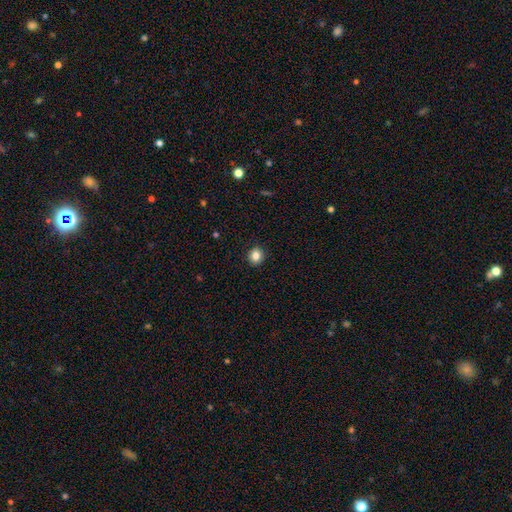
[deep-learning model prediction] Overall: smooth (84%). How rounded: round (80%). Merging: none (92%).